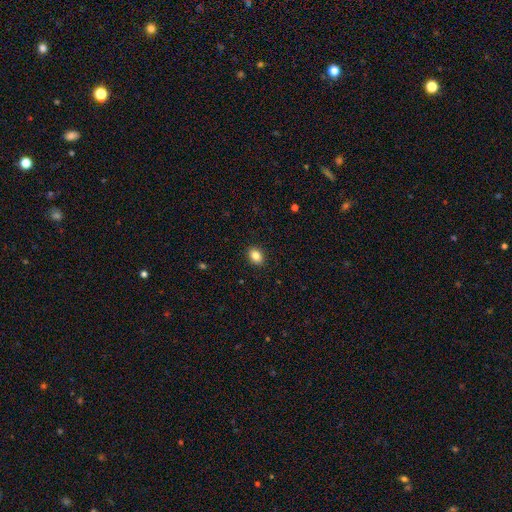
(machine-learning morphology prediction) Smooth or featured?
  - smooth: 85% *
  - star or artifact: 9%
  - featured or disk: 6%
How rounded?
  - in between: 72% *
  - round: 27%
  - cigar-shaped: 1%
Merging?
  - none: 90% *
  - minor disturbance: 7%
  - major disturbance: 2%
  - merger: 1%